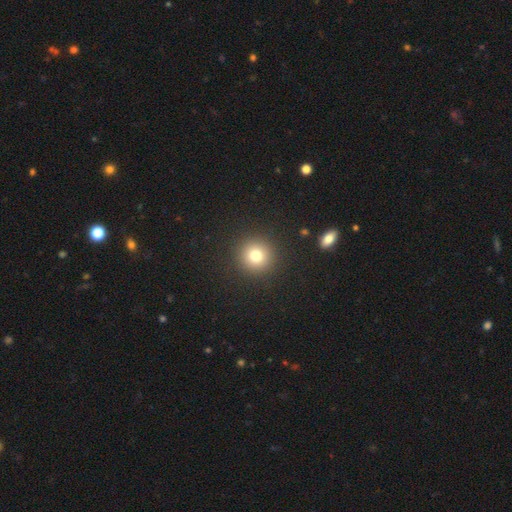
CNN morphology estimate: A smooth galaxy with no disk features (78%) that is round (94%). Merging: none (92%).